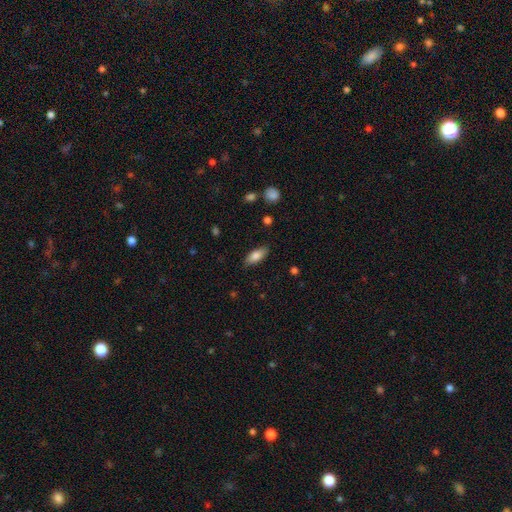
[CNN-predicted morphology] Overall: smooth (82%). How rounded: in between (80%). Merging: none (84%).